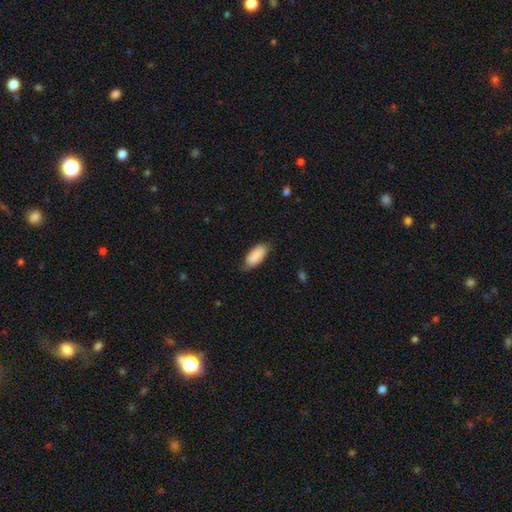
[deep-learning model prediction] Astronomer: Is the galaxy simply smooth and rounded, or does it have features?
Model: smooth — 82%.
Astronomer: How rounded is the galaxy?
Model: in between — 89%.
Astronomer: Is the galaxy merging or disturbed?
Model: none — 69%.